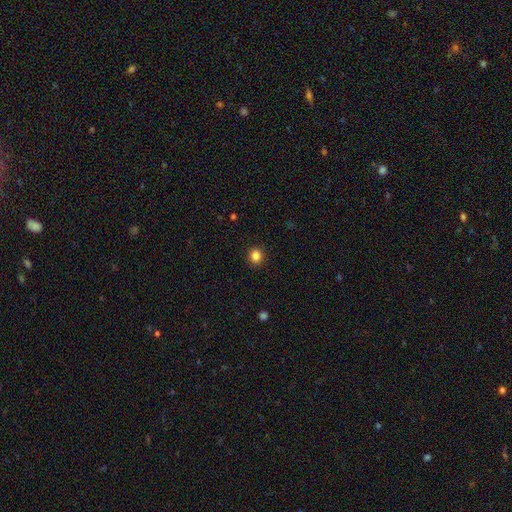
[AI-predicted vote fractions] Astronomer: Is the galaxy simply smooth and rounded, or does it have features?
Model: smooth — 85%.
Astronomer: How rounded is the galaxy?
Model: round — 76%.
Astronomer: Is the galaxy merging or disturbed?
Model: none — 92%.